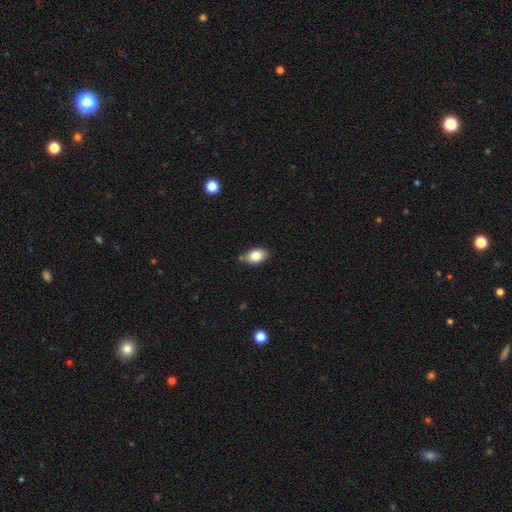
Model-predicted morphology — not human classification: Smooth or featured?
  - smooth: 82% *
  - featured or disk: 10%
  - star or artifact: 8%
How rounded?
  - in between: 86% *
  - round: 13%
  - cigar-shaped: 2%
Merging?
  - none: 70% *
  - minor disturbance: 21%
  - merger: 5%
  - major disturbance: 3%